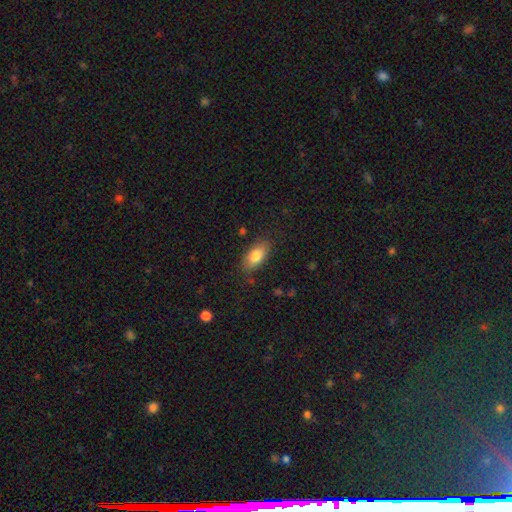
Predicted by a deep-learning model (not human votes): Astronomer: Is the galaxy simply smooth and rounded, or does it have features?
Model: smooth — 81%.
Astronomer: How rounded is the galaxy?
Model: in between — 90%.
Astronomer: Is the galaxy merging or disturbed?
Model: none — 80%.